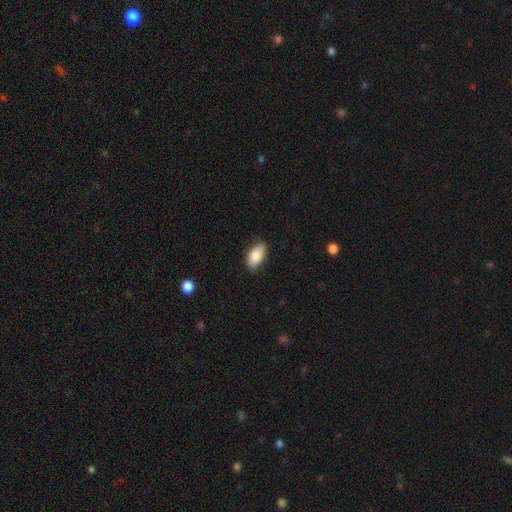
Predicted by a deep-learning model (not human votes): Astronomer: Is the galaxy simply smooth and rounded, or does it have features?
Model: smooth — 83%.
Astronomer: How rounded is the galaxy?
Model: in between — 93%.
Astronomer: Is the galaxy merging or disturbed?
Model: none — 83%.